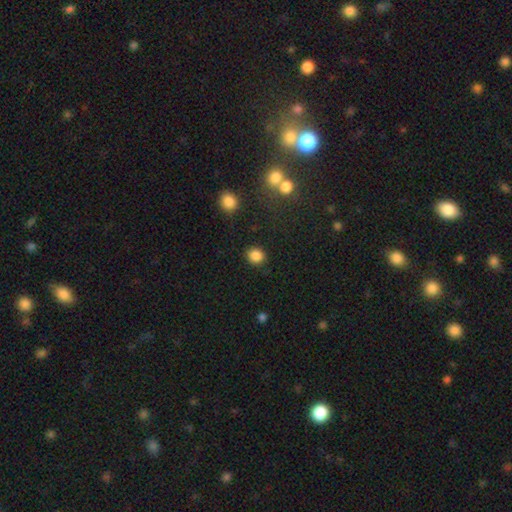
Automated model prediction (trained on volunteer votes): Smooth or featured: smooth — 85% (star or artifact — 11%)
How rounded: round — 83% (in between — 16%)
Merging: none — 89% (minor disturbance — 7%)